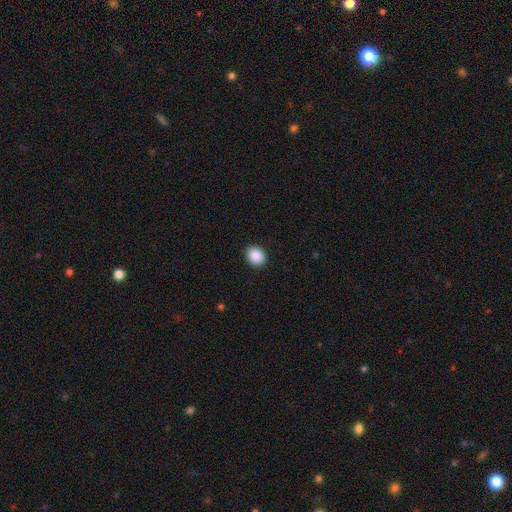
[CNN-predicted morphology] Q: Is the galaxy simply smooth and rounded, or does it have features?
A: smooth — 89%.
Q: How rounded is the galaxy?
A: round — 55%.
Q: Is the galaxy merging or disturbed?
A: none — 91%.